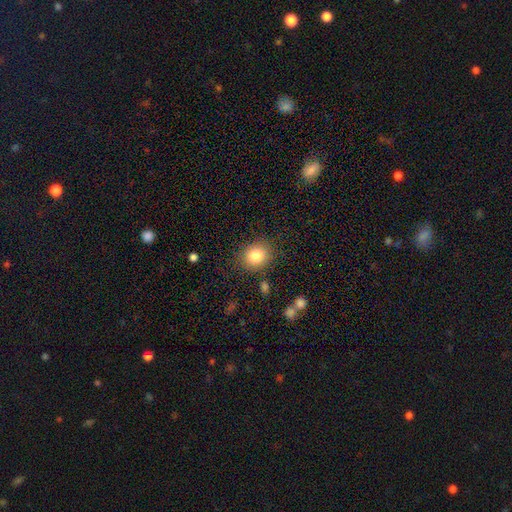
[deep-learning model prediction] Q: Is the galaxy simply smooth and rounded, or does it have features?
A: smooth — 83%.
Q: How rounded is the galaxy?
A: round — 68%.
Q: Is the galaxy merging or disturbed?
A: none — 84%.